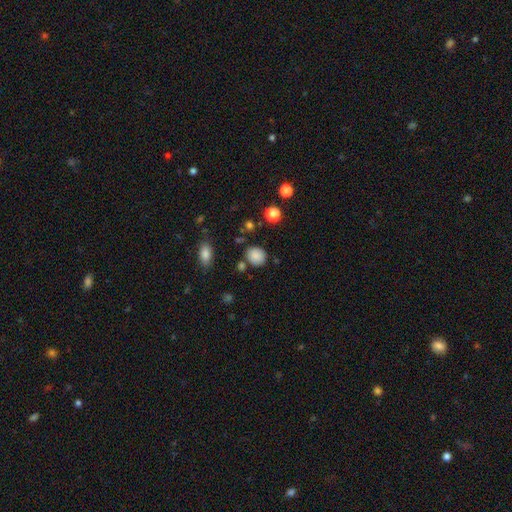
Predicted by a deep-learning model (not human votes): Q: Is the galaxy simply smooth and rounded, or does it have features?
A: smooth — 85%.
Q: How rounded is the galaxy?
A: round — 72%.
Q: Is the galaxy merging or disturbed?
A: none — 79%.